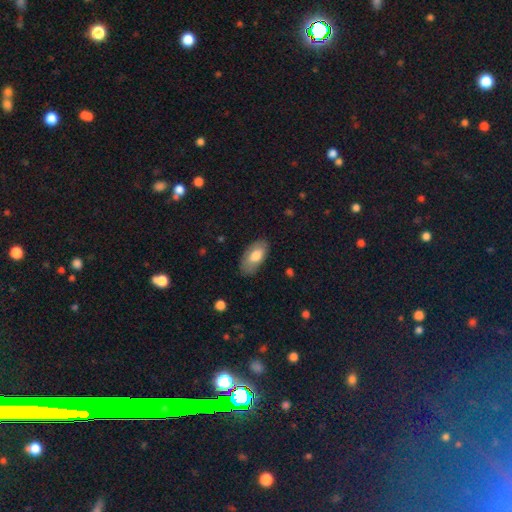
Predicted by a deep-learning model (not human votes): Morphology: type=smooth (75%); roundness=in between (93%); merging=none (79%).